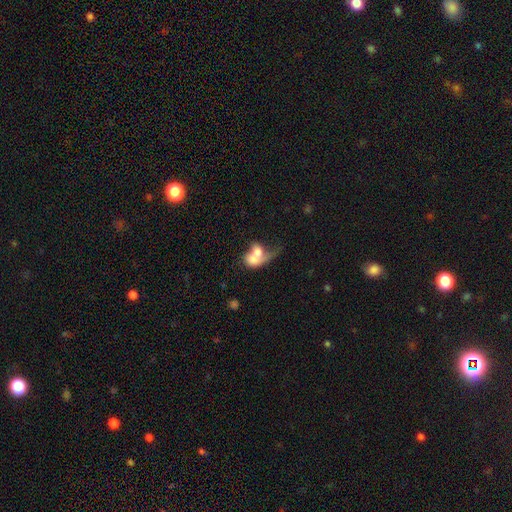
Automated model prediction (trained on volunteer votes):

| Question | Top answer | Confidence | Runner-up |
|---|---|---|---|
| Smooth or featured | smooth | 57% | featured or disk (35%) |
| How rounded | in between | 63% | round (34%) |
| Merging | merger | 71% | major disturbance (14%) |